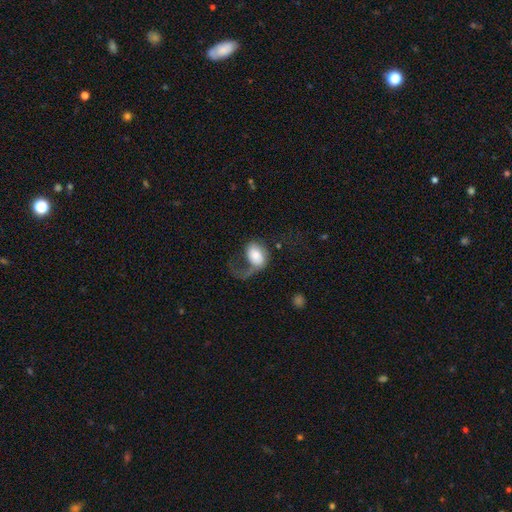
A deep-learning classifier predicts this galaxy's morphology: Smooth or featured? smooth (56%)
How rounded? in between (79%)
Merging? major disturbance (59%)